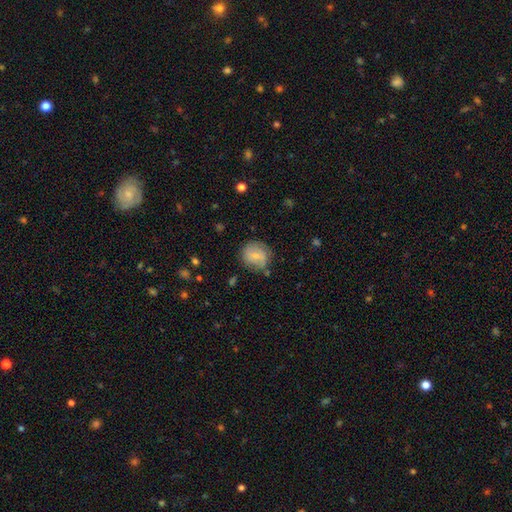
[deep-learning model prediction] Smooth or featured?
  - smooth: 51% *
  - featured or disk: 41%
  - star or artifact: 8%
How rounded?
  - round: 84% *
  - in between: 15%
  - cigar-shaped: 1%
Merging?
  - none: 73% *
  - minor disturbance: 19%
  - major disturbance: 6%
  - merger: 2%